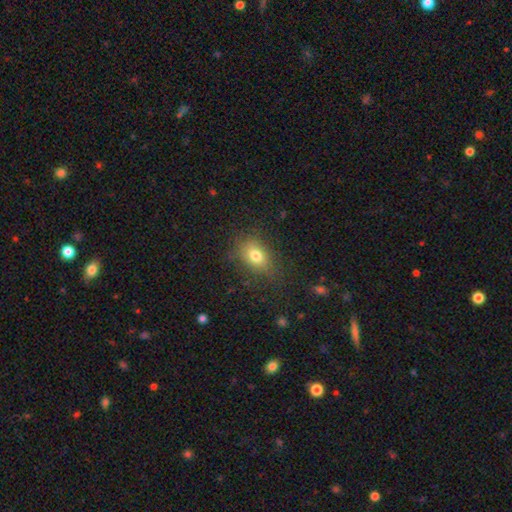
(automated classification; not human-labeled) Morphology: type=smooth (77%); roundness=in between (74%); merging=none (77%).